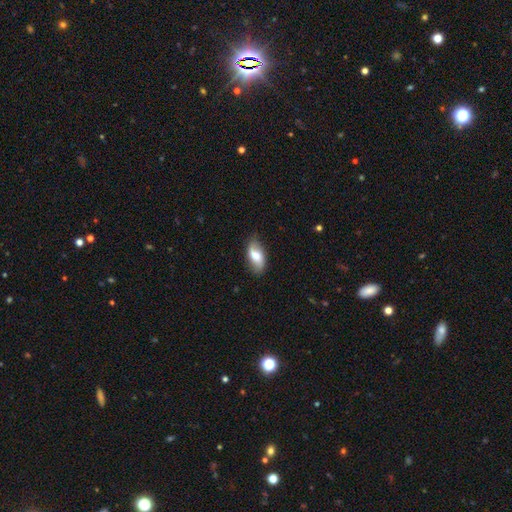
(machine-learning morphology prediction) Smooth or featured? smooth (65%)
How rounded? in between (90%)
Merging? none (81%)